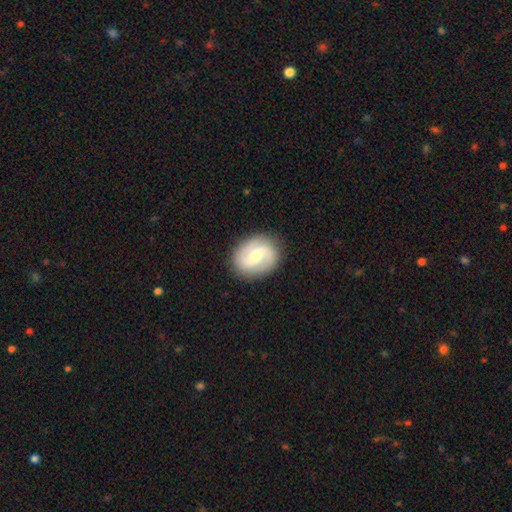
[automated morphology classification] A featured or disk galaxy (70%) with a weak bar (51%), 2 (85%) medium (46%) spiral arms (91%) and a moderate central bulge (59%).

Vote fractions:
- Smooth or featured? featured or disk: 70% / smooth: 24% / star or artifact: 6%
- Edge-on disk? no: 97% / yes: 3%
- Bar? weak: 51% / no: 33% / strong: 16%
- Spiral arms? yes: 91% / no: 9%
- Spiral winding? medium: 46% / loose: 34% / tight: 20%
- Spiral arm count? 2: 85% / can't tell: 6% / 3: 4% / 1: 2% / 4: 1% / more than 4: 1%
- Bulge size? moderate: 59% / small: 35% / large: 3% / none: 1% / dominant: 1%
- Merging? none: 86% / minor disturbance: 10% / major disturbance: 3% / merger: 1%